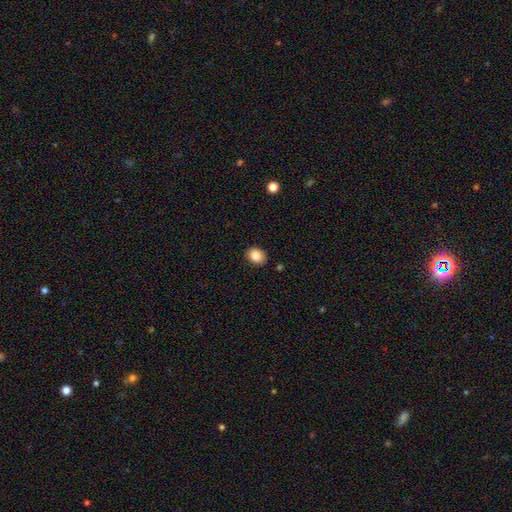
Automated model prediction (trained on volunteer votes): smooth-or-featured: smooth: 88% | star or artifact: 9% | featured or disk: 3%
  how-rounded: round: 53% | in between: 47% | cigar-shaped: 1%
  merging: none: 87% | minor disturbance: 9% | major disturbance: 2% | merger: 1%